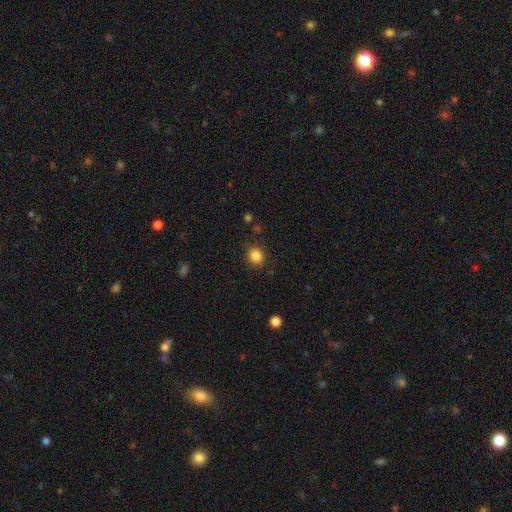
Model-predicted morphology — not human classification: Smooth or featured?
  - smooth: 86% *
  - star or artifact: 11%
  - featured or disk: 4%
How rounded?
  - round: 83% *
  - in between: 16%
  - cigar-shaped: 1%
Merging?
  - none: 88% *
  - minor disturbance: 8%
  - major disturbance: 3%
  - merger: 1%